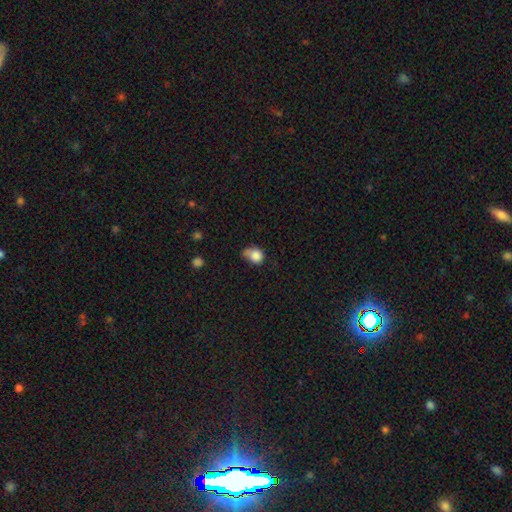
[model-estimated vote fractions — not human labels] Q: Smooth or featured?
A: smooth (82%); runner-up: featured or disk (10%)
Q: How rounded?
A: round (53%); runner-up: in between (46%)
Q: Merging?
A: minor disturbance (41%); runner-up: none (33%)